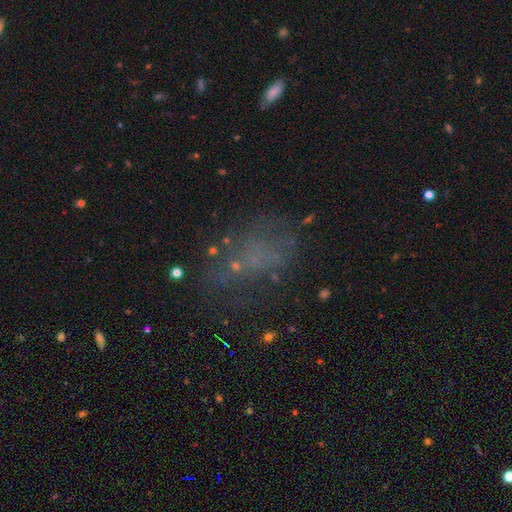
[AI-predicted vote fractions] Q: Smooth or featured?
A: smooth (36%); runner-up: star or artifact (33%)
Q: Merging?
A: none (49%); runner-up: major disturbance (26%)